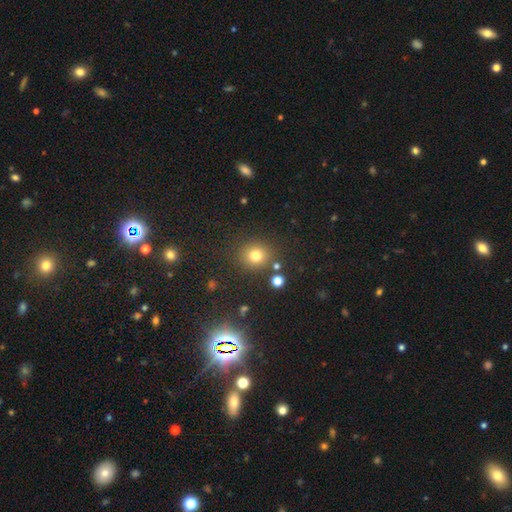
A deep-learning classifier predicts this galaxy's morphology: smooth_or_featured: smooth (p=0.75) [alt: star or artifact p=0.18]
how_rounded: round (p=0.84) [alt: in between p=0.15]
merging: none (p=0.82) [alt: minor disturbance p=0.09]